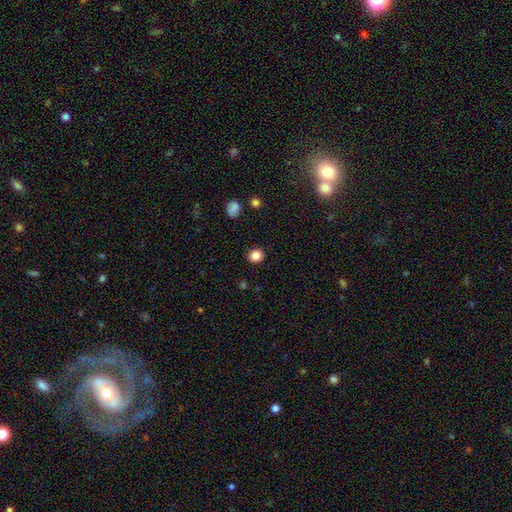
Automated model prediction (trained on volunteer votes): This is clearly a smooth galaxy (85%). How rounded: clearly round (85%). Merging: clearly none (91%).